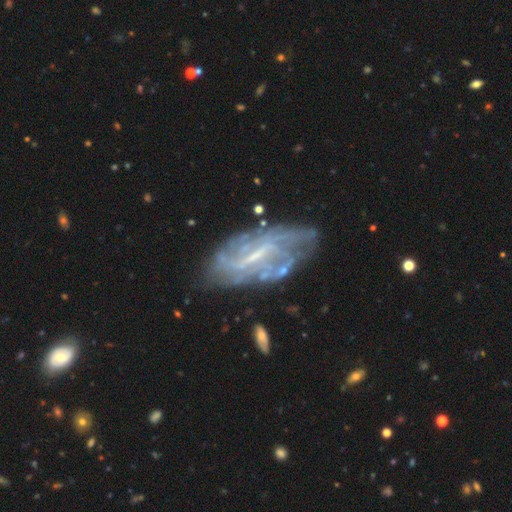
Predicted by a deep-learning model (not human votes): smooth-or-featured: featured or disk: 81% | smooth: 12% | star or artifact: 7%
  disk-edge-on: no: 93% | yes: 7%
    bar: weak: 47% | strong: 34% | no: 20%
    has-spiral-arms: yes: 74% | no: 26%
      spiral-winding: tight: 42% | medium: 35% | loose: 23%
      spiral-arm-count: can't tell: 57% | 2: 18% | 3: 9% | 4: 7% | 1: 4% | more than 4: 4%
    bulge-size: small: 50% | none: 30% | moderate: 17% | large: 1% | dominant: 1%
  merging: none: 58% | minor disturbance: 23% | major disturbance: 14% | merger: 5%